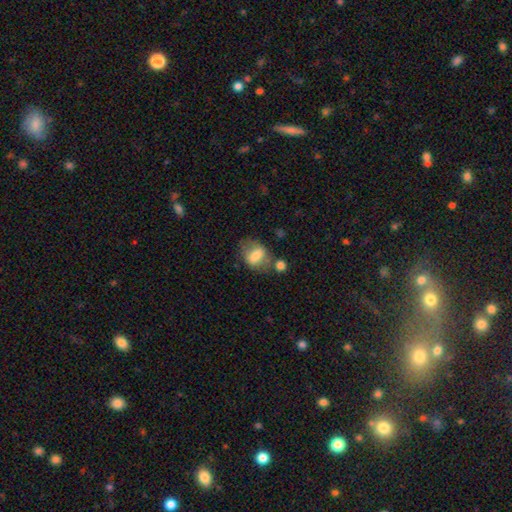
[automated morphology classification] A smooth galaxy with no disk features (67%) that is in between round and cigar-shaped (69%).

Vote fractions:
- Smooth or featured? smooth: 67% / featured or disk: 25% / star or artifact: 8%
- How rounded? in between: 69% / round: 28% / cigar-shaped: 4%
- Merging? none: 53% / minor disturbance: 19% / merger: 18% / major disturbance: 10%